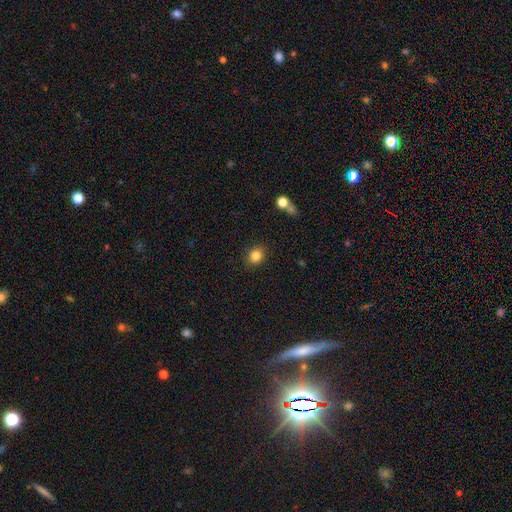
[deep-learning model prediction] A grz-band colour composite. It shows a smooth galaxy with no disk features (83%) that is round (66%). Merging: none (89%).